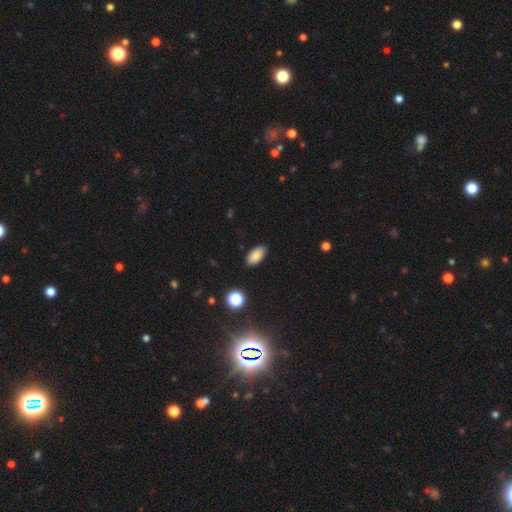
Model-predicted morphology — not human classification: smooth_or_featured: smooth (p=0.85) [alt: star or artifact p=0.09]
how_rounded: in between (p=0.93) [alt: cigar-shaped p=0.04]
merging: none (p=0.88) [alt: minor disturbance p=0.09]